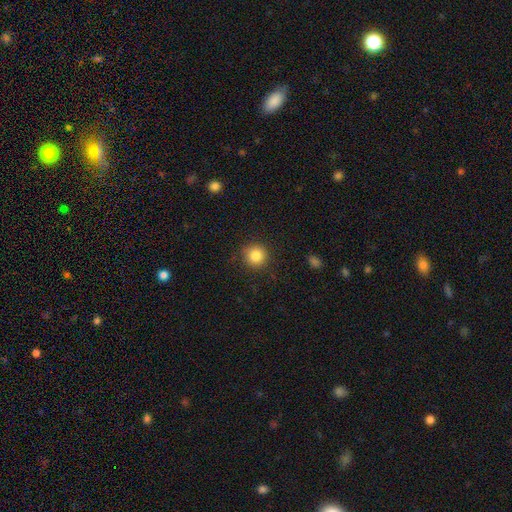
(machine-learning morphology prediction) Smooth or featured? smooth (85%)
How rounded? round (94%)
Merging? none (88%)